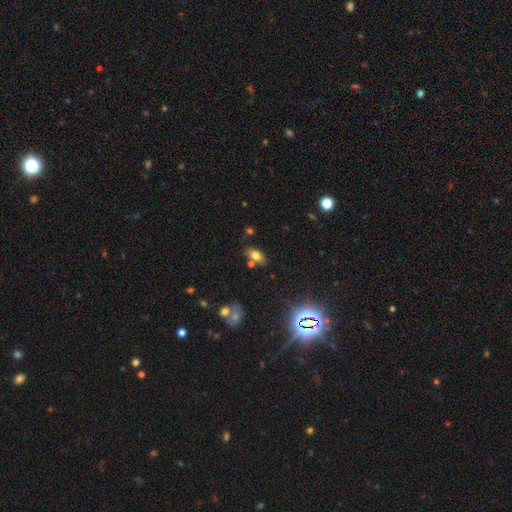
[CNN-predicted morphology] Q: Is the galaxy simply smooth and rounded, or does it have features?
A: smooth — 72%.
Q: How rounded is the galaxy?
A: in between — 89%.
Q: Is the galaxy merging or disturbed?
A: none — 70%.